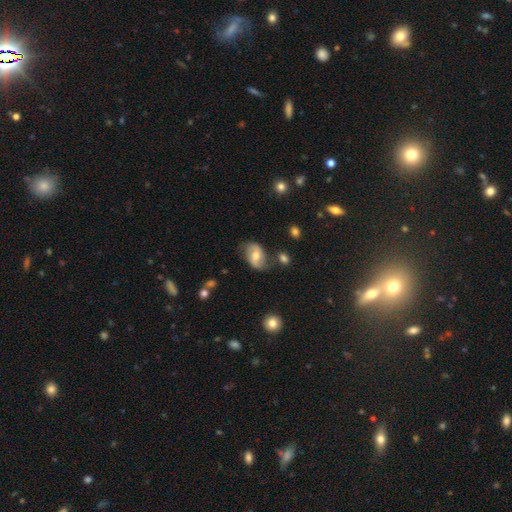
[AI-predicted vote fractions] Smooth or featured? featured or disk (51%)
Edge-on disk? no (95%)
Merging? none (68%)